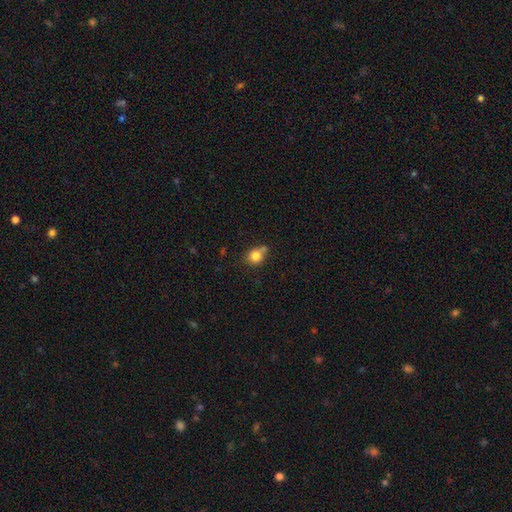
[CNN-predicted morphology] Smooth or featured? smooth (81%)
How rounded? round (71%)
Merging? none (52%)